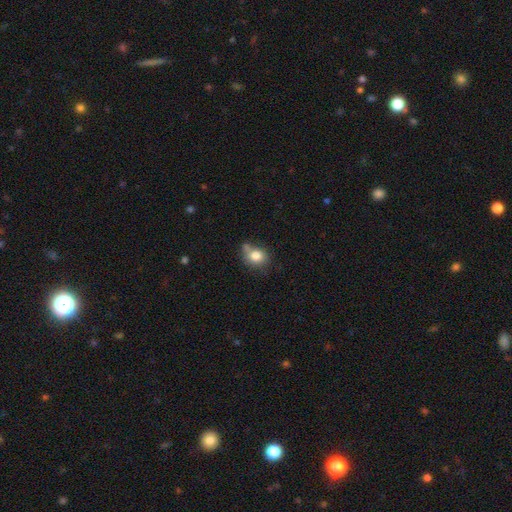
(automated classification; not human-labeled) Smooth or featured?
  - smooth: 79% *
  - featured or disk: 10%
  - star or artifact: 10%
How rounded?
  - round: 67% *
  - in between: 32%
  - cigar-shaped: 1%
Merging?
  - none: 51% *
  - minor disturbance: 26%
  - merger: 14%
  - major disturbance: 9%